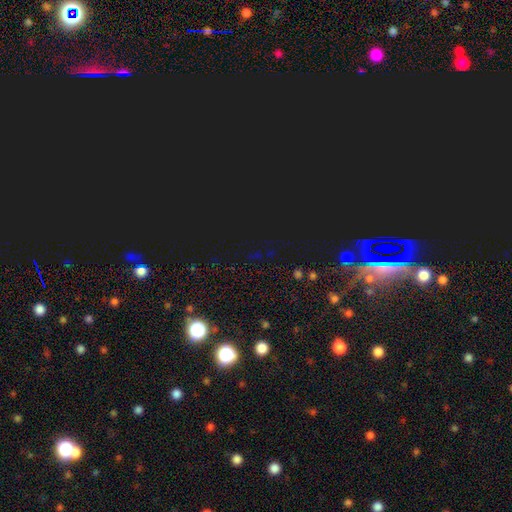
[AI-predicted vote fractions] Overall: star or artifact (77%).